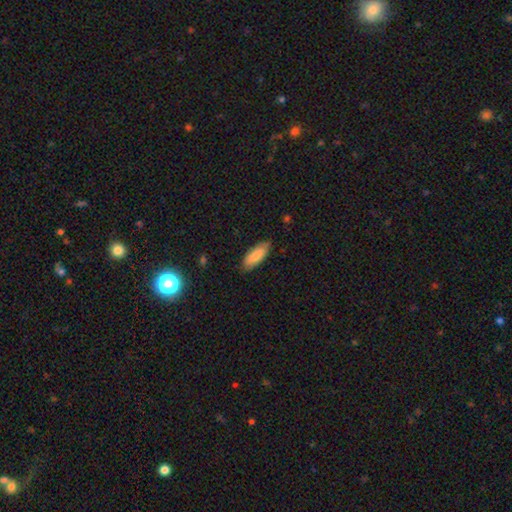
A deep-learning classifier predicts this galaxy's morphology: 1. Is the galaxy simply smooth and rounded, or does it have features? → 83% smooth, 11% featured or disk, 6% star or artifact.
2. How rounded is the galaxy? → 70% in between, 28% cigar-shaped, 2% round.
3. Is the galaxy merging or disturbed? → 83% none, 14% minor disturbance, 2% major disturbance, 1% merger.